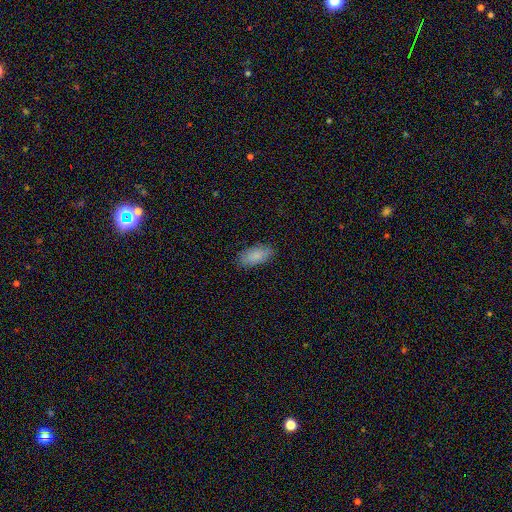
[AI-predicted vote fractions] This appears to be a smooth galaxy with no disk features (85%) that is in between round and cigar-shaped (89%). Merging: none (84%).